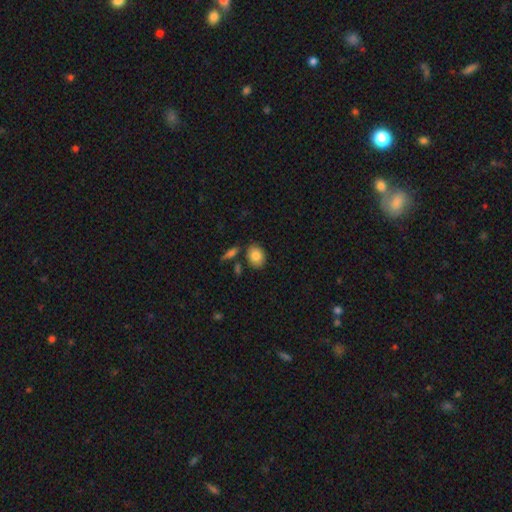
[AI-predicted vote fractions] This is clearly a smooth galaxy (82%). How rounded: likely in between (64%). Merging: likely none (76%).